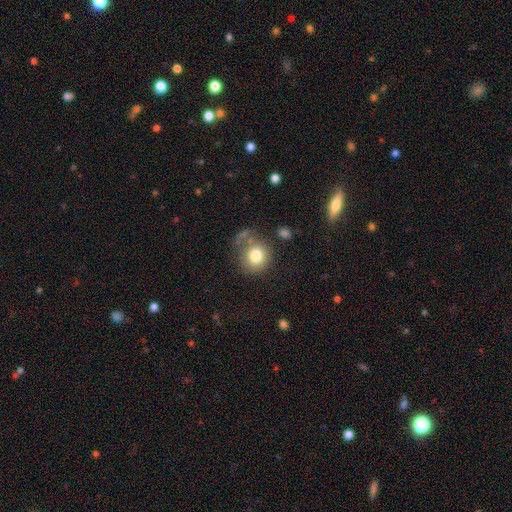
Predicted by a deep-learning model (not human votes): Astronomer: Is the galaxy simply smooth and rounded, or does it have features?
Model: smooth — 78%.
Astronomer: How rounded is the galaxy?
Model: round — 84%.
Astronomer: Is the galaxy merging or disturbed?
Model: none — 58%.